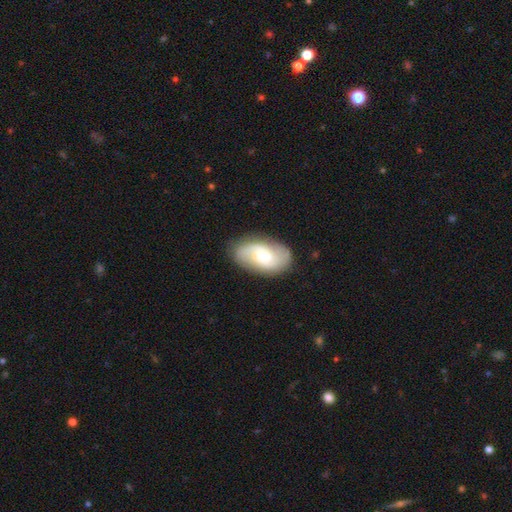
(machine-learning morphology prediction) This appears to be a featured or disk galaxy (63%) with a weak bar (48%), 2 (73%) medium (45%) spiral arms (89%) and a moderate central bulge (52%). Merging: none (78%).